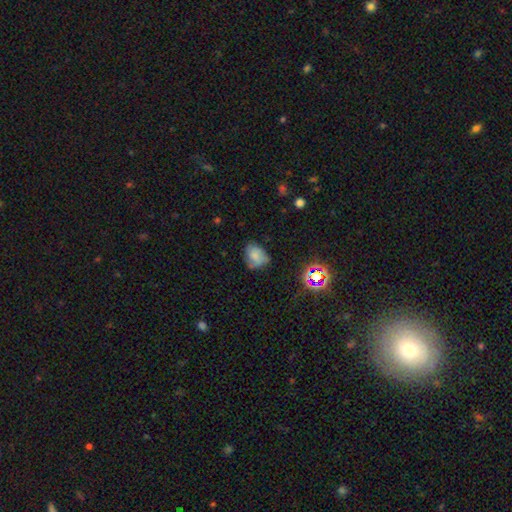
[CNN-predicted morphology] type=smooth (65%); roundness=in between (57%); merging=none (53%).